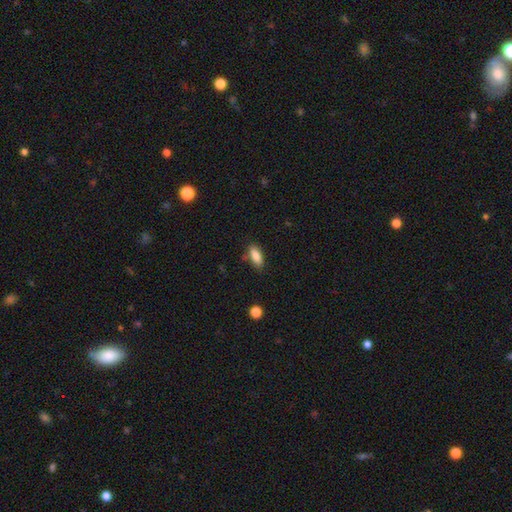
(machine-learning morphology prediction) Smooth or featured?
  - smooth: 86% *
  - star or artifact: 8%
  - featured or disk: 6%
How rounded?
  - in between: 83% *
  - cigar-shaped: 15%
  - round: 3%
Merging?
  - none: 79% *
  - minor disturbance: 15%
  - major disturbance: 3%
  - merger: 3%